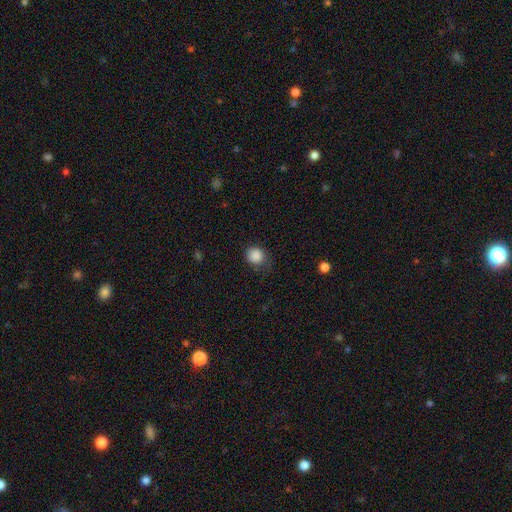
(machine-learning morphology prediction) smooth-or-featured: smooth: 87% | star or artifact: 9% | featured or disk: 4%
  how-rounded: round: 78% | in between: 21% | cigar-shaped: 1%
  merging: none: 63% | minor disturbance: 26% | major disturbance: 9% | merger: 2%